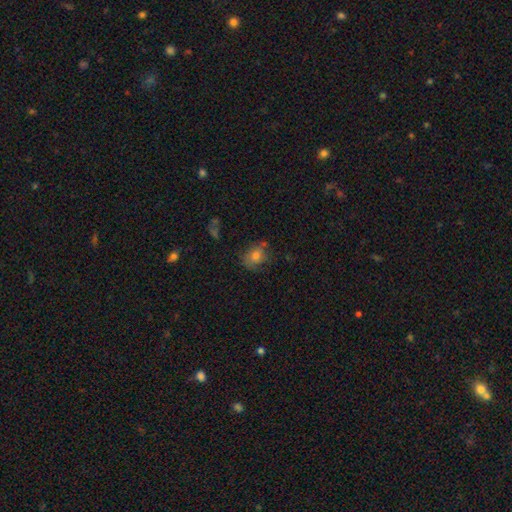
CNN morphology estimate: smooth_or_featured: smooth (p=0.72) [alt: featured or disk p=0.17]
how_rounded: round (p=0.53) [alt: in between p=0.46]
merging: none (p=0.59) [alt: minor disturbance p=0.26]